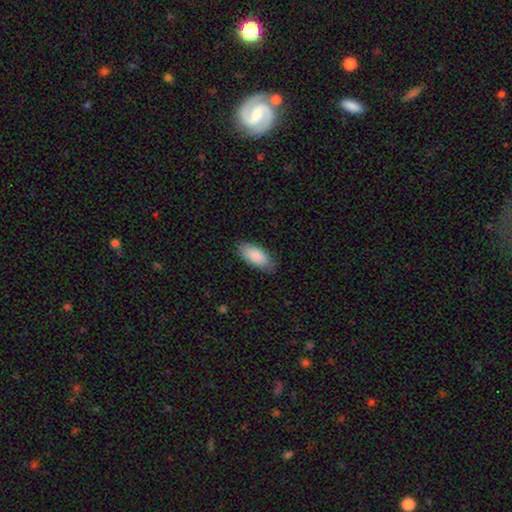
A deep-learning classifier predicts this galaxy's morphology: The model was most divided on "merging": none: 83%, minor disturbance: 13%, major disturbance: 3%, merger: 1%. More confident: smooth or featured — smooth (89%); how rounded — in between (88%).